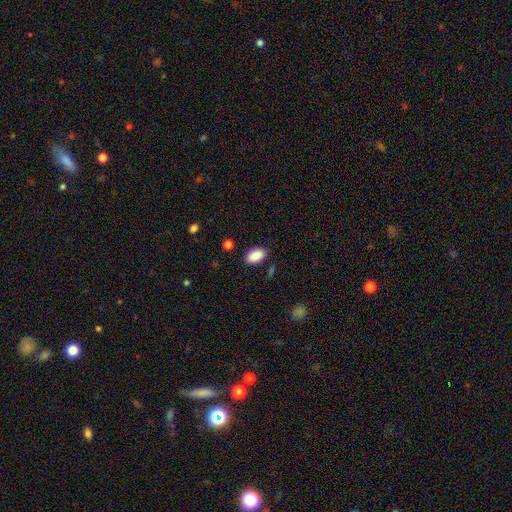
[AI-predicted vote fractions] Smooth or featured? Predicted: smooth (p=0.89). How rounded? Predicted: in between (p=0.93). Merging? Predicted: none (p=0.85).